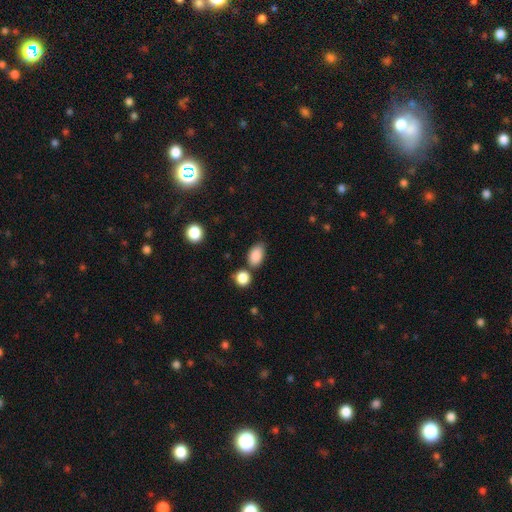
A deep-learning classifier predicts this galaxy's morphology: Smooth or featured?
  - smooth: 87% *
  - star or artifact: 8%
  - featured or disk: 5%
How rounded?
  - in between: 88% *
  - round: 10%
  - cigar-shaped: 2%
Merging?
  - none: 62% *
  - minor disturbance: 19%
  - merger: 14%
  - major disturbance: 5%